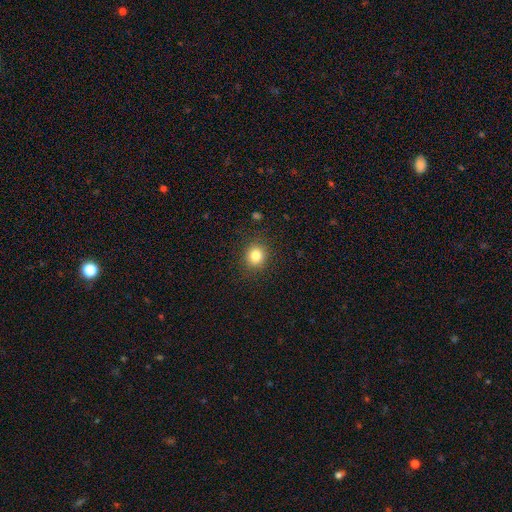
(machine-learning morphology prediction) Smooth or featured? Predicted: smooth (p=0.82). How rounded? Predicted: round (p=0.82). Merging? Predicted: none (p=0.89).